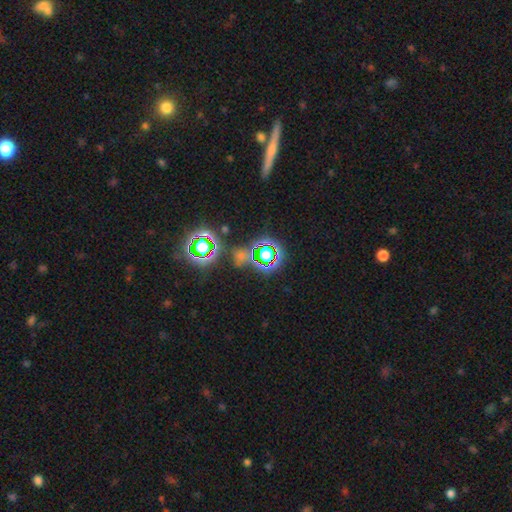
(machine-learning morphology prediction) Q: Smooth or featured?
A: star or artifact (62%); runner-up: smooth (27%)